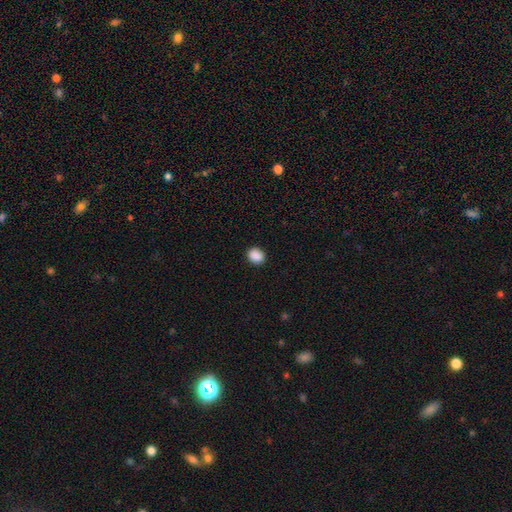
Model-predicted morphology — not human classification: A smooth galaxy with no disk features (89%) that is round (64%).

Vote fractions:
- Smooth or featured? smooth: 89% / star or artifact: 8% / featured or disk: 2%
- How rounded? round: 64% / in between: 35% / cigar-shaped: 1%
- Merging? none: 91% / minor disturbance: 6% / major disturbance: 2% / merger: 1%